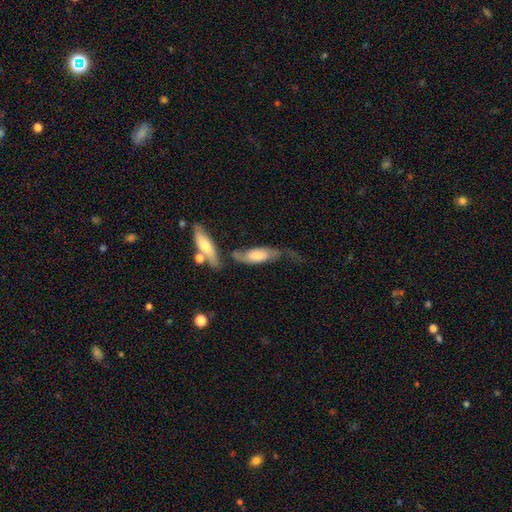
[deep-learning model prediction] A featured or disk galaxy (54%). Merging: none (36%).